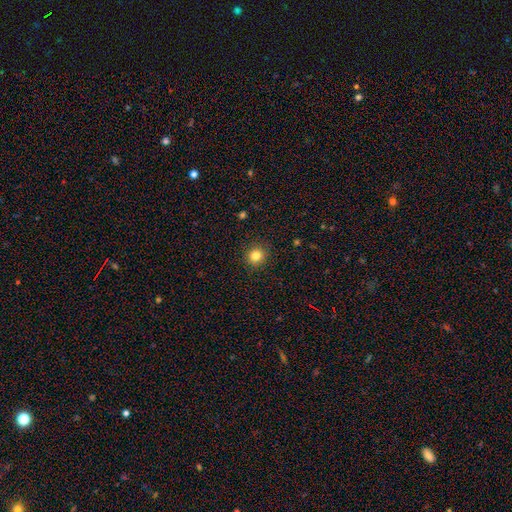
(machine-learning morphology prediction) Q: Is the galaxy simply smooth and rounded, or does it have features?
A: smooth — 83%.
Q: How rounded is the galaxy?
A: round — 87%.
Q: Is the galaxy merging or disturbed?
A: none — 91%.